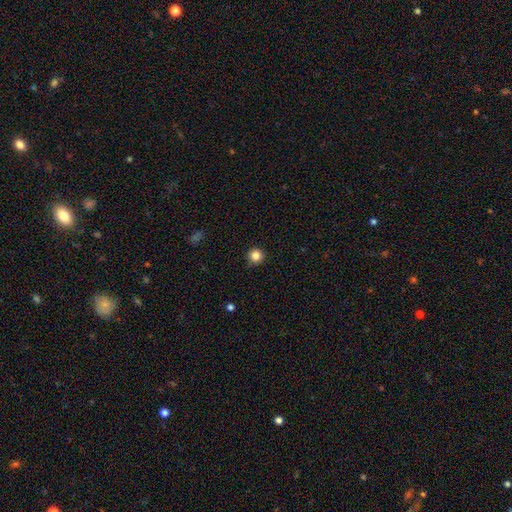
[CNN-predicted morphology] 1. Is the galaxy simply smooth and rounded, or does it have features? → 84% smooth, 12% star or artifact, 4% featured or disk.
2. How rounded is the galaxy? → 96% round, 3% in between, 1% cigar-shaped.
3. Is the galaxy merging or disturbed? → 90% none, 7% minor disturbance, 2% major disturbance, 1% merger.